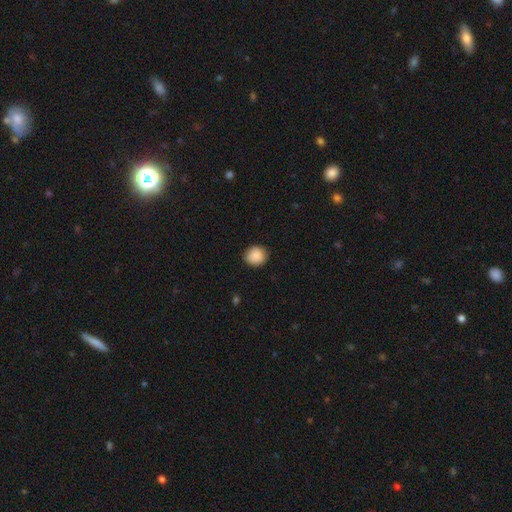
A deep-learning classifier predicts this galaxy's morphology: Overall: smooth (89%). How rounded: round (86%). Merging: none (88%).